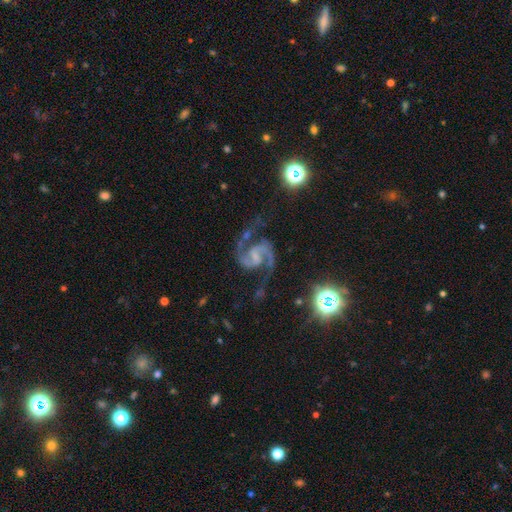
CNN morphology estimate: type=featured or disk (92%); edge-on=no (98%); bar=weak (51%); spiral arms=yes (99%); winding=medium (63%); arm count=2 (94%); bulge=small (38%, tied with none); merging=none (67%).